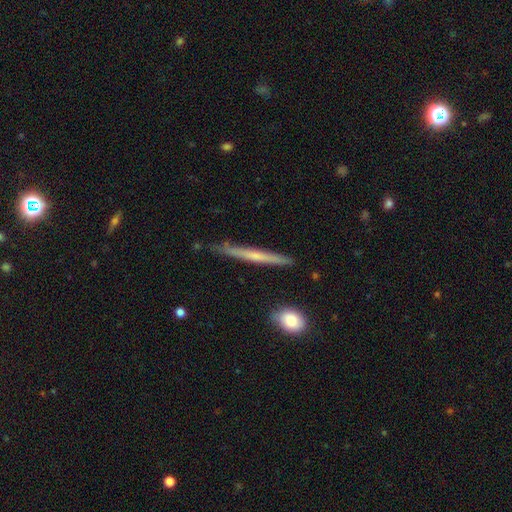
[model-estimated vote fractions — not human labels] smooth_or_featured: featured or disk (p=0.51) [alt: smooth p=0.43]
disk_edge_on: yes (p=0.95) [alt: no p=0.05]
merging: none (p=0.82) [alt: minor disturbance p=0.14]